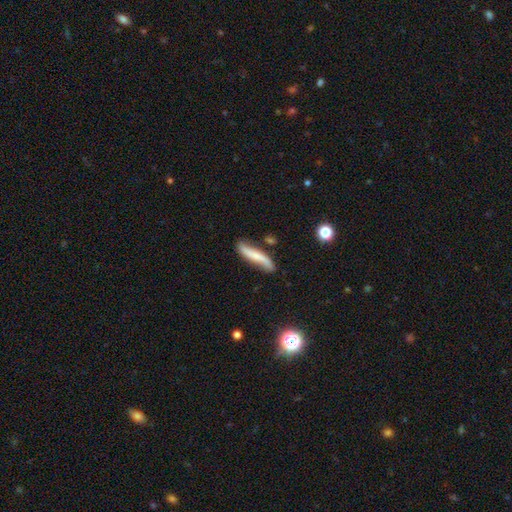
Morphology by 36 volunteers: A featured or disk galaxy (61%) with no bar (62%), 2 (93%) loose (86%) spiral arms (88%) and a small central bulge (44%).

Vote fractions:
- Smooth or featured? featured or disk: 61% / smooth: 33% / star or artifact: 6%
- Edge-on disk? no: 73% / yes: 27%
- Bar? no: 62% / weak: 38% / strong: 0%
- Spiral arms? yes: 88% / no: 12%
- Spiral winding? loose: 86% / medium: 14% / tight: 0%
- Spiral arm count? 2: 93% / can't tell: 7% / 1: 0% / 3: 0% / 4: 0% / more than 4: 0%
- Bulge size? small: 44% / none: 31% / moderate: 19% / dominant: 6% / large: 0%
- Merging? none: 71% / minor disturbance: 18% / major disturbance: 6% / merger: 6%